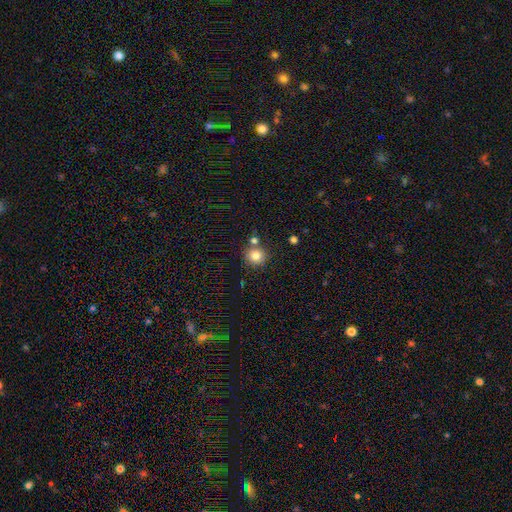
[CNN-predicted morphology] type=smooth (82%); roundness=round (93%); merging=none (75%).